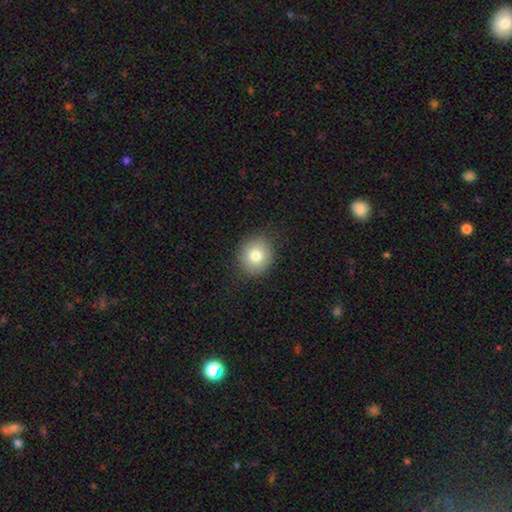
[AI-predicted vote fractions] smooth 79%, featured or disk 11%, star or artifact 10%. Down the decision tree: how rounded — round (78%); merging — none (88%).